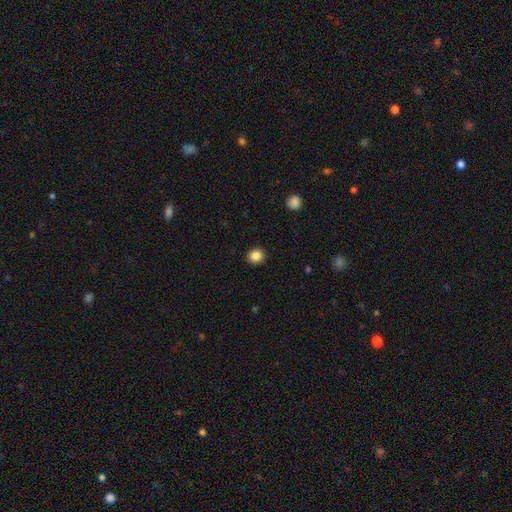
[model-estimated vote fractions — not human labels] The model was most divided on "smooth or featured": smooth: 86%, star or artifact: 10%, featured or disk: 4%. More confident: merging — none (93%); how rounded — round (90%).